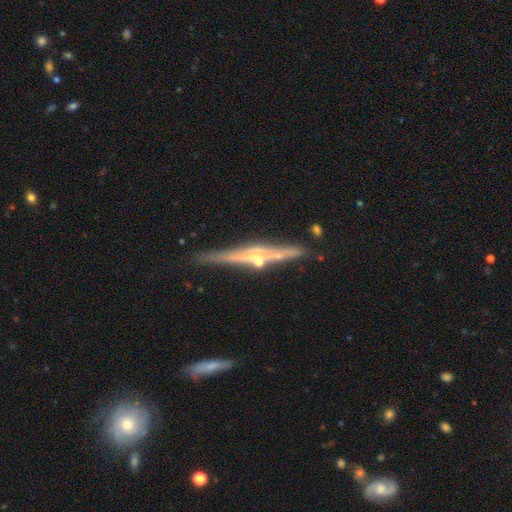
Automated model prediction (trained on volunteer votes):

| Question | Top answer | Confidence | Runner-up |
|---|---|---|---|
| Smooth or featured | featured or disk | 80% | smooth (13%) |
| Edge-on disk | yes | 97% | no (3%) |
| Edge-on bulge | rounded | 72% | none (17%) |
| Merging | none | 80% | minor disturbance (11%) |